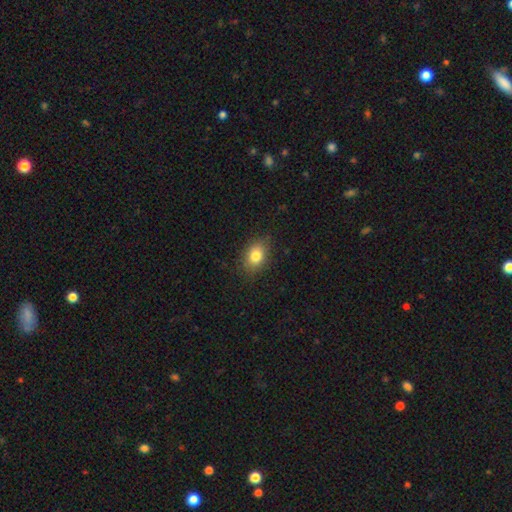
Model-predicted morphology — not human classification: Overall: smooth (82%). How rounded: in between (72%). Merging: none (83%).